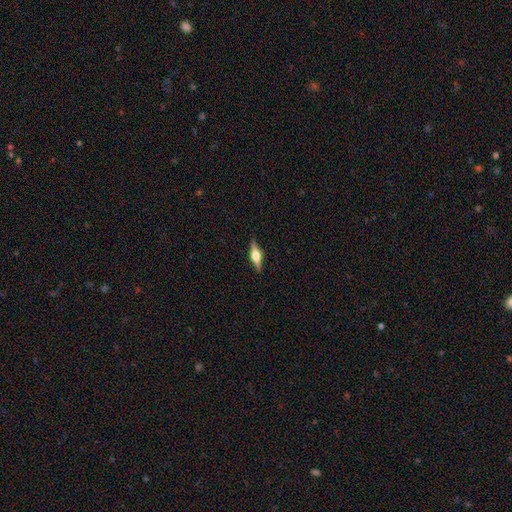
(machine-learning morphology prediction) This is likely a featured or disk galaxy (72%). It is clearly viewed edge-on (97%). Edge-on bulge: clearly rounded (92%). Merging: clearly none (89%).